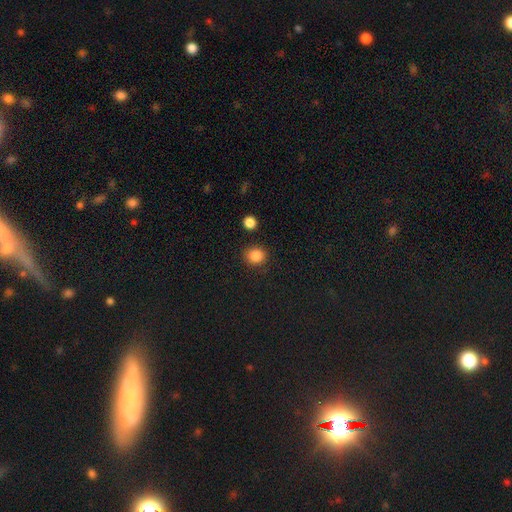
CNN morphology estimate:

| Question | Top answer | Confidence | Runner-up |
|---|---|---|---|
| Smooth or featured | smooth | 86% | star or artifact (11%) |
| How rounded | round | 83% | in between (16%) |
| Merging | none | 88% | minor disturbance (7%) |